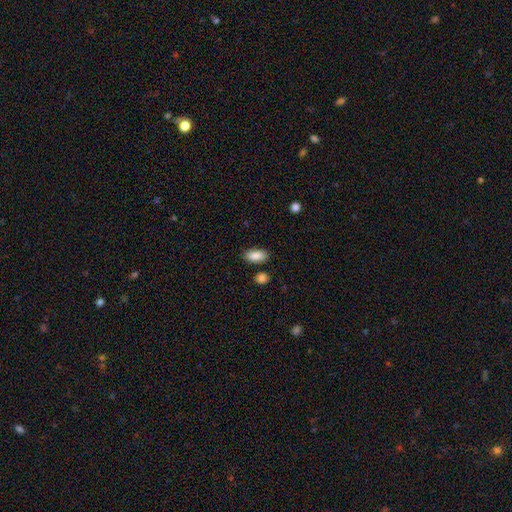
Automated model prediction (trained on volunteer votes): Smooth or featured?
  - smooth: 88% *
  - star or artifact: 7%
  - featured or disk: 5%
How rounded?
  - in between: 91% *
  - cigar-shaped: 6%
  - round: 4%
Merging?
  - none: 83% *
  - minor disturbance: 11%
  - merger: 4%
  - major disturbance: 3%